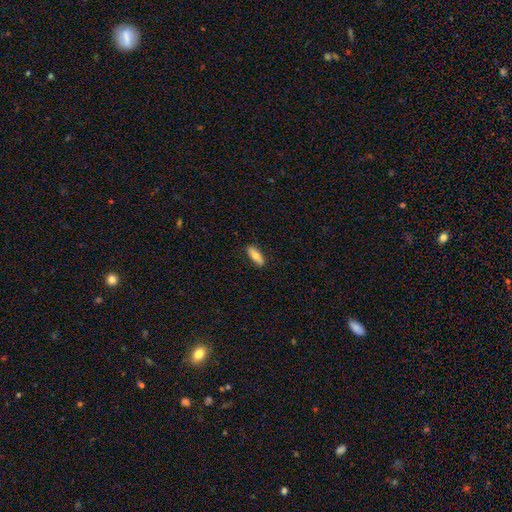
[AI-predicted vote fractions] This is likely a smooth galaxy (72%). How rounded: likely in between (65%). Merging: clearly none (87%).